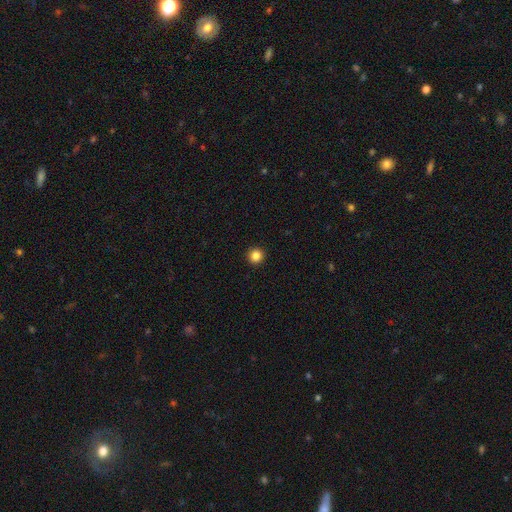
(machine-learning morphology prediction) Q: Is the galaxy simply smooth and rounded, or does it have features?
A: smooth — 85%.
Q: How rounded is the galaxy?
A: round — 96%.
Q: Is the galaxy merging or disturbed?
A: none — 94%.